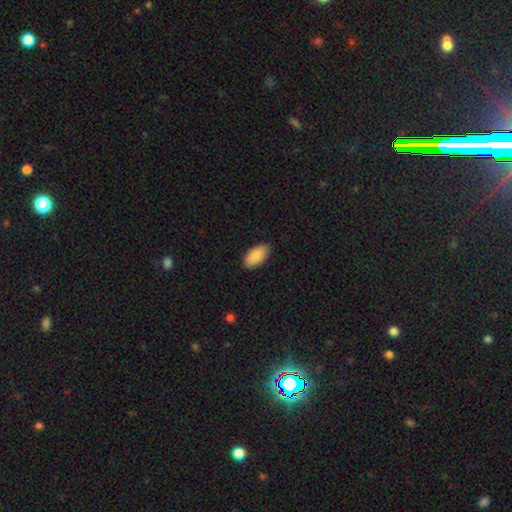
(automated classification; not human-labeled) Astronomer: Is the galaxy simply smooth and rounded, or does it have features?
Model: smooth — 90%.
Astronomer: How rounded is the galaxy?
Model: in between — 95%.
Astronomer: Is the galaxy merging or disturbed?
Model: none — 87%.